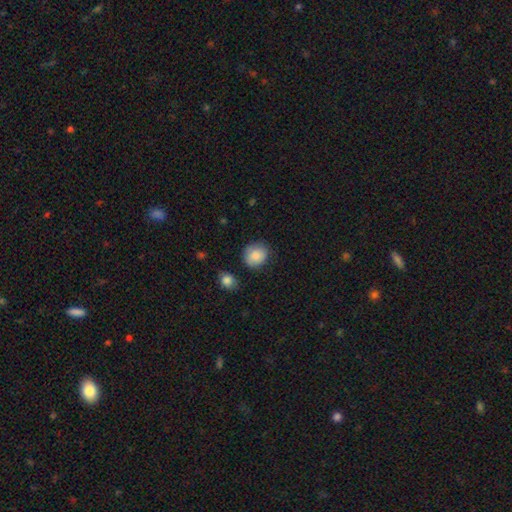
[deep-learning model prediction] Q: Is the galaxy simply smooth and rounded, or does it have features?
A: smooth — 87%.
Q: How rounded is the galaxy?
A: round — 78%.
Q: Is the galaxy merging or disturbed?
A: none — 76%.